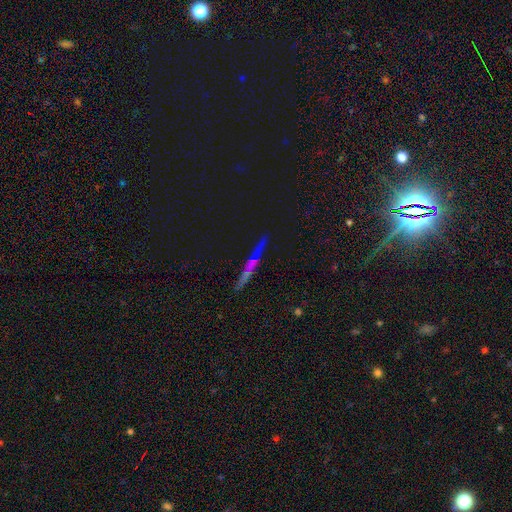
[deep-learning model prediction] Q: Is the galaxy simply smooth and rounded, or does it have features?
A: featured or disk — 50%.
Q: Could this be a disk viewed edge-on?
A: yes — 90%.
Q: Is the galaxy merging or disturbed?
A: none — 85%.